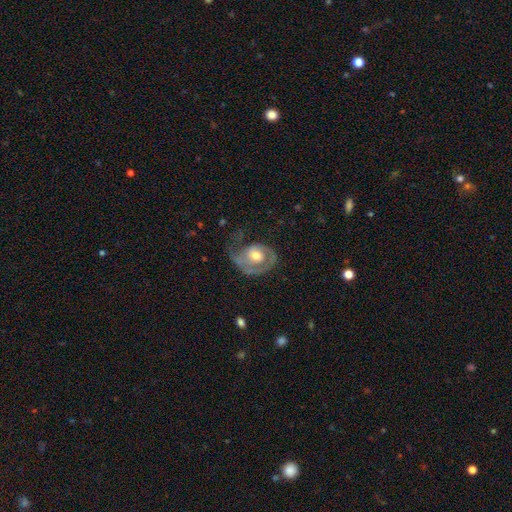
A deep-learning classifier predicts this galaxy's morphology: Smooth or featured?
  - featured or disk: 70% *
  - smooth: 24%
  - star or artifact: 5%
Edge-on disk?
  - no: 97% *
  - yes: 3%
Bar?
  - no: 73% *
  - weak: 23%
  - strong: 5%
Spiral arms?
  - yes: 80% *
  - no: 20%
Spiral winding?
  - tight: 44% *
  - medium: 34%
  - loose: 22%
Spiral arm count?
  - 1: 57% *
  - 2: 28%
  - can't tell: 12%
  - 3: 2%
  - 4: 1%
  - more than 4: 1%
Bulge size?
  - moderate: 68% *
  - small: 17%
  - large: 13%
  - none: 1%
  - dominant: 1%
Merging?
  - major disturbance: 38% *
  - none: 35%
  - minor disturbance: 25%
  - merger: 2%